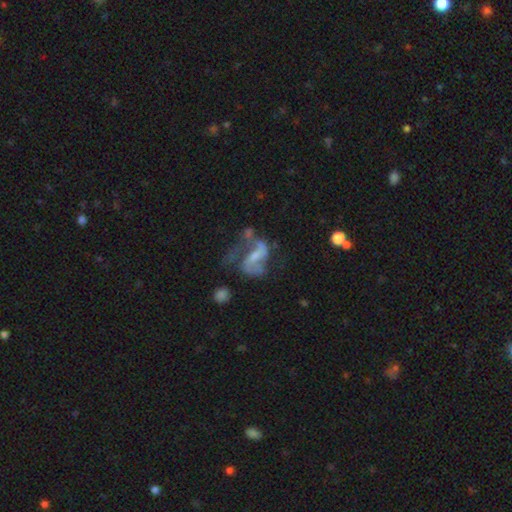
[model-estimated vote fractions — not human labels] Smooth or featured: featured or disk — 75% (smooth — 16%)
Edge-on disk: no — 96% (yes — 4%)
Bar: weak — 43% (no — 30%)
Spiral arms: yes — 77% (no — 23%)
Spiral winding: loose — 54% (medium — 36%)
Spiral arm count: 2 — 77% (can't tell — 10%)
Bulge size: small — 45% (moderate — 32%)
Merging: major disturbance — 38% (none — 31%)